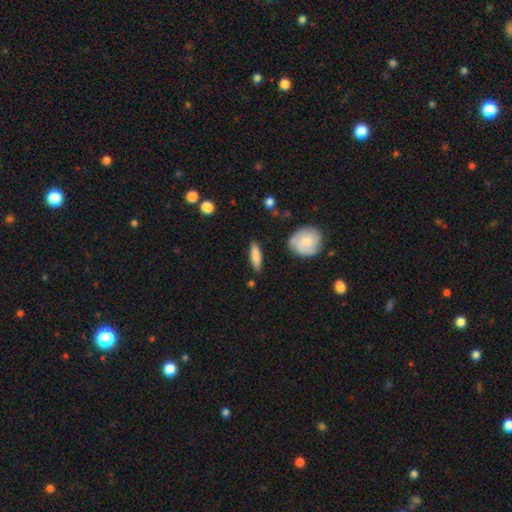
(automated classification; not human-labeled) Smooth or featured: smooth — 75% (featured or disk — 19%)
How rounded: cigar-shaped — 68% (in between — 30%)
Merging: none — 84% (minor disturbance — 11%)